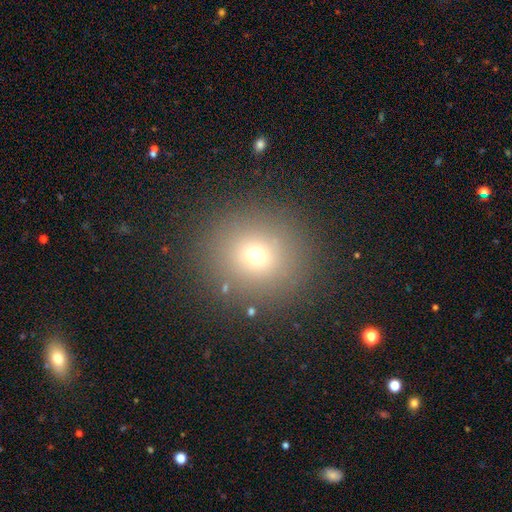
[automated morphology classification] Smooth or featured? smooth (68%)
How rounded? round (89%)
Merging? none (88%)